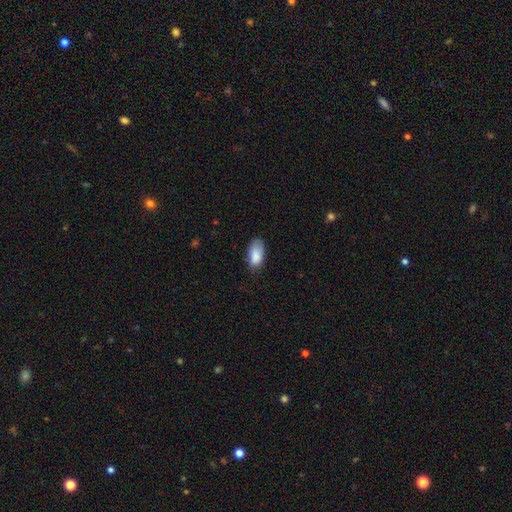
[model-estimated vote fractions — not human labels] Morphology: type=smooth (86%); roundness=in between (93%); merging=none (63%).